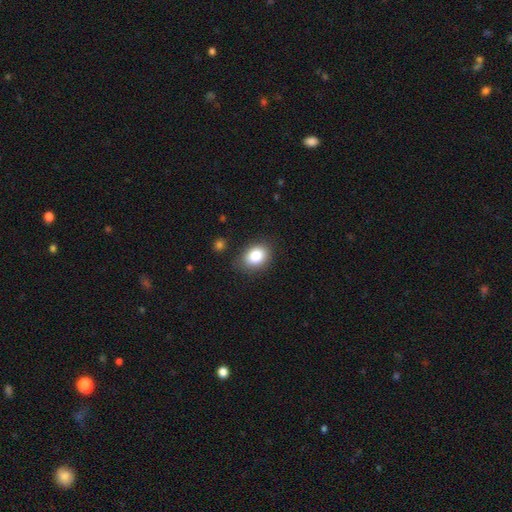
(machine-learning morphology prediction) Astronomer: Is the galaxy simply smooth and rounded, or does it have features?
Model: smooth — 85%.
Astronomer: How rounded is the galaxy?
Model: in between — 66%.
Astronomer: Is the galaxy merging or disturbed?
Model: none — 81%.